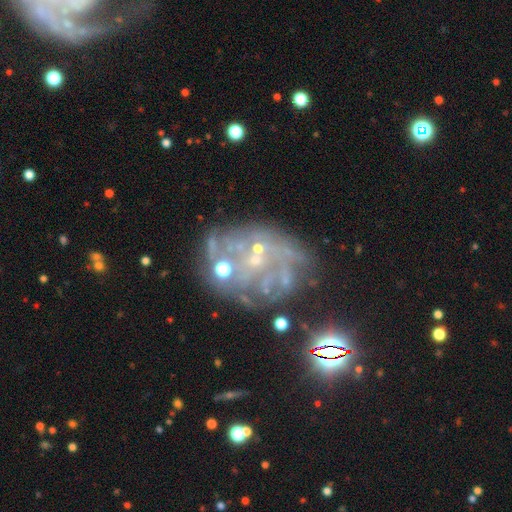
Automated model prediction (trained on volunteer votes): featured or disk 68%, star or artifact 20%, smooth 12%. Down the decision tree: edge-on disk — no (98%); bar — no (78%); spiral arms — yes (56%); bulge size — small (60%); merging — none (50%).